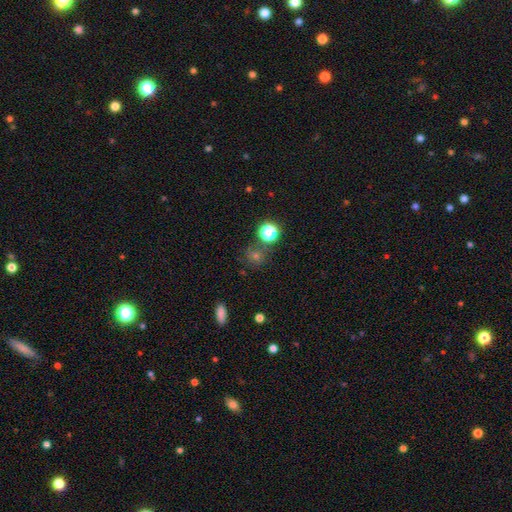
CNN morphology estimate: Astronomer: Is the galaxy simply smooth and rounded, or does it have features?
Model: smooth — 55% (runner-up: star or artifact, 35%).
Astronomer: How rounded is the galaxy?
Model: round — 86%.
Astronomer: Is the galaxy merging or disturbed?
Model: none — 72%.